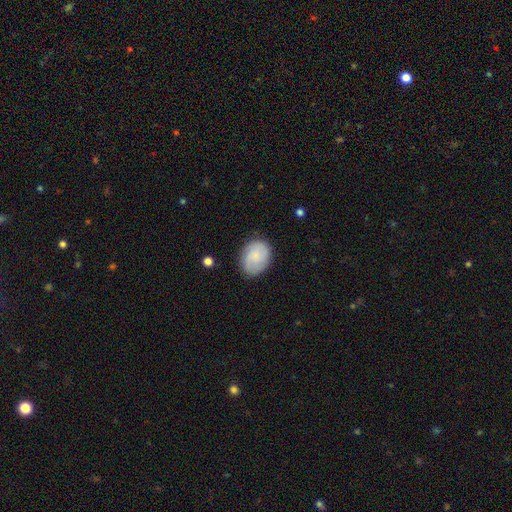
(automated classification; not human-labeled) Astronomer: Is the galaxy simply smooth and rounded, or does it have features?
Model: smooth — 56% (runner-up: featured or disk, 37%).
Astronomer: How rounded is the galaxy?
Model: in between — 62% (runner-up: round, 37%).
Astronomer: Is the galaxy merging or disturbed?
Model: none — 79%.